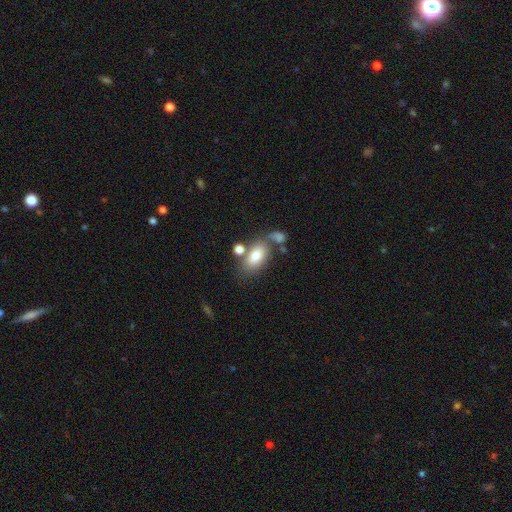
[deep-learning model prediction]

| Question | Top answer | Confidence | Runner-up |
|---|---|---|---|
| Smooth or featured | smooth | 77% | featured or disk (15%) |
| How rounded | in between | 89% | round (8%) |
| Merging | none | 56% | merger (22%) |